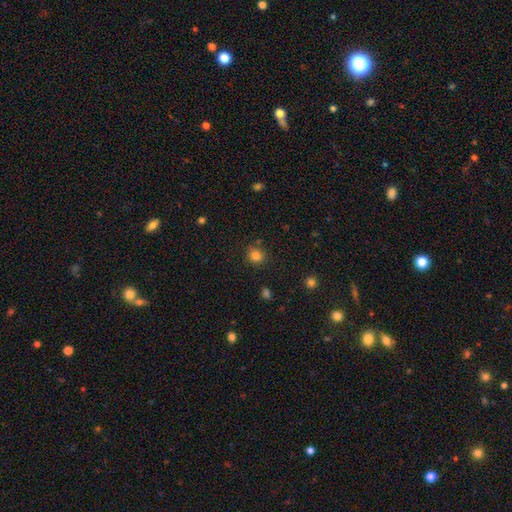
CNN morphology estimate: This appears to be a smooth galaxy with no disk features (83%) that is round (80%). Merging: none (81%).